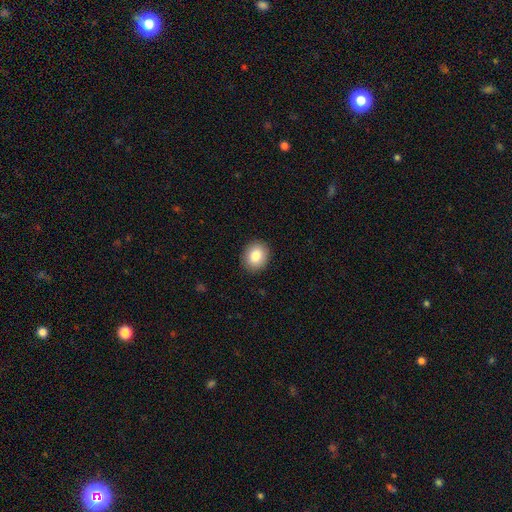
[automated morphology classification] smooth_or_featured: smooth (p=0.84) [alt: star or artifact p=0.09]
how_rounded: round (p=0.61) [alt: in between p=0.38]
merging: none (p=0.90) [alt: minor disturbance p=0.07]